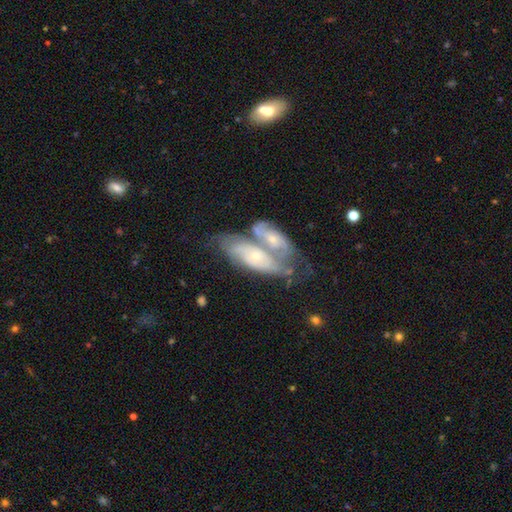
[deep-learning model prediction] Smooth or featured?
  - featured or disk: 71% *
  - smooth: 23%
  - star or artifact: 6%
Edge-on disk?
  - no: 90% *
  - yes: 10%
Bar?
  - no: 71% *
  - weak: 23%
  - strong: 7%
Spiral arms?
  - yes: 80% *
  - no: 20%
Spiral winding?
  - tight: 52% *
  - medium: 35%
  - loose: 13%
Spiral arm count?
  - 2: 47% *
  - can't tell: 39%
  - 3: 6%
  - 1: 3%
  - 4: 2%
  - more than 4: 2%
Bulge size?
  - small: 65% *
  - moderate: 30%
  - none: 2%
  - large: 2%
  - dominant: 1%
Merging?
  - merger: 64% *
  - none: 20%
  - minor disturbance: 9%
  - major disturbance: 6%